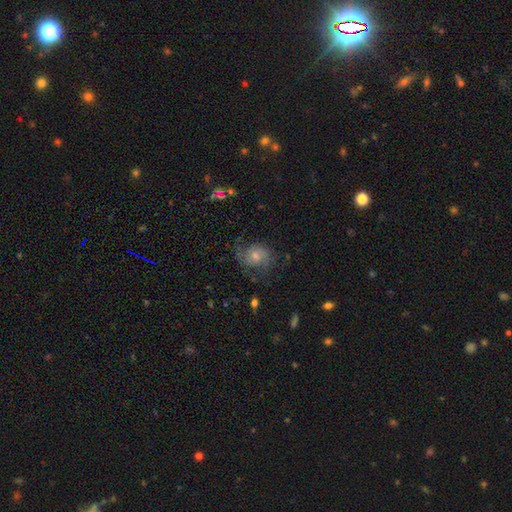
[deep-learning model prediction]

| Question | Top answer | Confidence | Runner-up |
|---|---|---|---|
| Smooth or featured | featured or disk | 66% | smooth (19%) |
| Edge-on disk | no | 97% | yes (3%) |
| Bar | no | 68% | weak (28%) |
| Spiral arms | yes | 91% | no (9%) |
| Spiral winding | medium | 45% | tight (34%) |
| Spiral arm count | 2 | 63% | can't tell (19%) |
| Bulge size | moderate | 46% | small (44%) |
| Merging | none | 68% | minor disturbance (18%) |